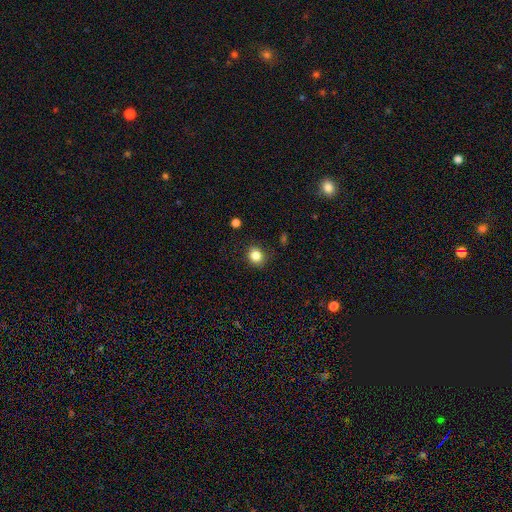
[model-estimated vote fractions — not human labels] A smooth galaxy with no disk features (84%) that is round (75%). Merging: none (86%).